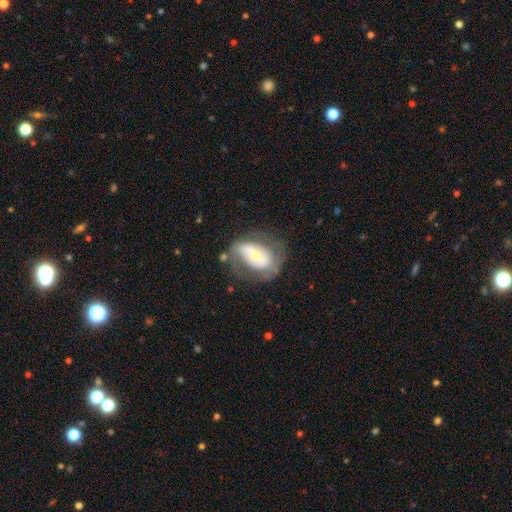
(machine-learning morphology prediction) smooth_or_featured: featured or disk (p=0.61) [alt: smooth p=0.32]
disk_edge_on: no (p=0.93) [alt: yes p=0.07]
bar: strong (p=0.36) [alt: no p=0.33]
has_spiral_arms: yes (p=0.61) [alt: no p=0.39]
bulge_size: small (p=0.55) [alt: moderate p=0.35]
merging: none (p=0.52) [alt: minor disturbance p=0.24]